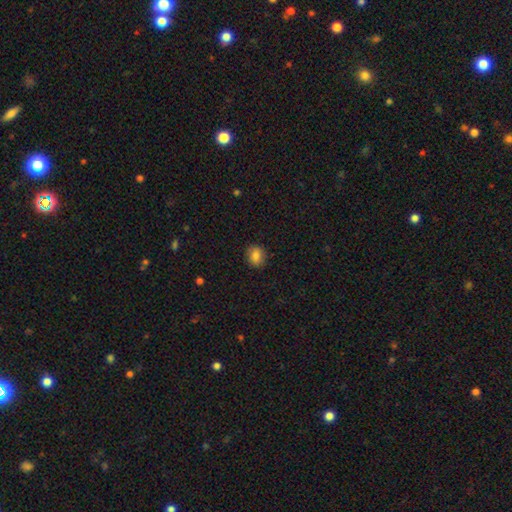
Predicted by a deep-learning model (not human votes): A smooth galaxy with no disk features (84%) that is round (65%).

Vote fractions:
- Smooth or featured? smooth: 84% / star or artifact: 10% / featured or disk: 6%
- How rounded? round: 65% / in between: 34% / cigar-shaped: 1%
- Merging? none: 89% / minor disturbance: 8% / major disturbance: 2% / merger: 1%